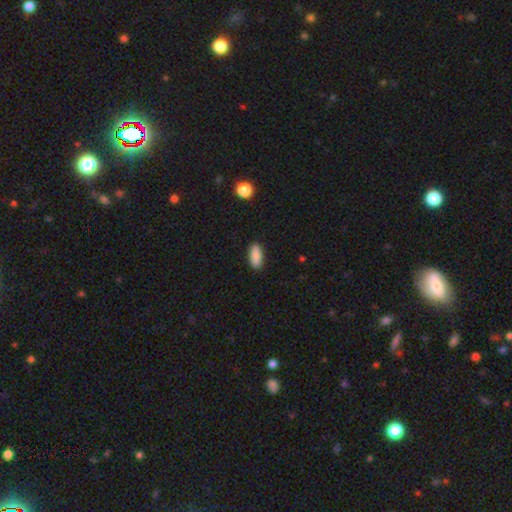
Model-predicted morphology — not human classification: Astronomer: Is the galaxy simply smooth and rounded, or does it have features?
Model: smooth — 87%.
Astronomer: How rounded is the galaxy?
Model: in between — 86%.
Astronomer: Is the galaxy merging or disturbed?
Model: none — 89%.